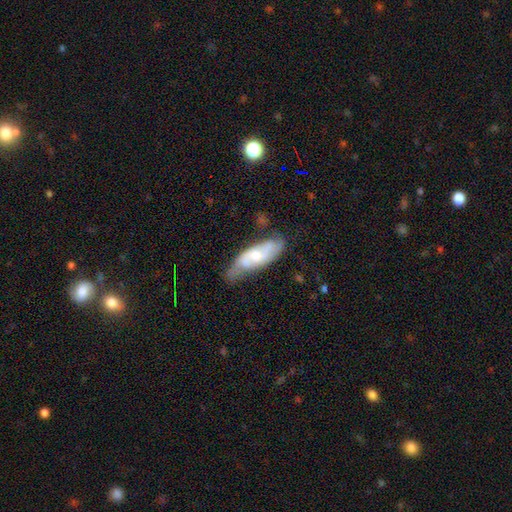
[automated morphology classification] smooth-or-featured: featured or disk: 67% | smooth: 27% | star or artifact: 6%
  disk-edge-on: no: 86% | yes: 14%
    bar: no: 53% | weak: 38% | strong: 9%
    has-spiral-arms: yes: 88% | no: 12%
      spiral-winding: medium: 46% | tight: 29% | loose: 25%
      spiral-arm-count: 2: 69% | can't tell: 20% | 3: 5% | 1: 3% | 4: 1% | more than 4: 1%
    bulge-size: moderate: 53% | small: 40% | large: 4% | none: 3% | dominant: 1%
  merging: none: 56% | minor disturbance: 31% | major disturbance: 10% | merger: 3%